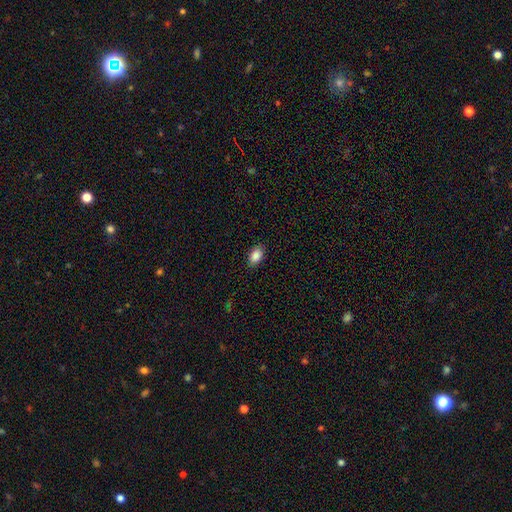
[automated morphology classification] smooth 87%, star or artifact 8%, featured or disk 5%. Down the decision tree: how rounded — in between (90%); merging — none (87%).